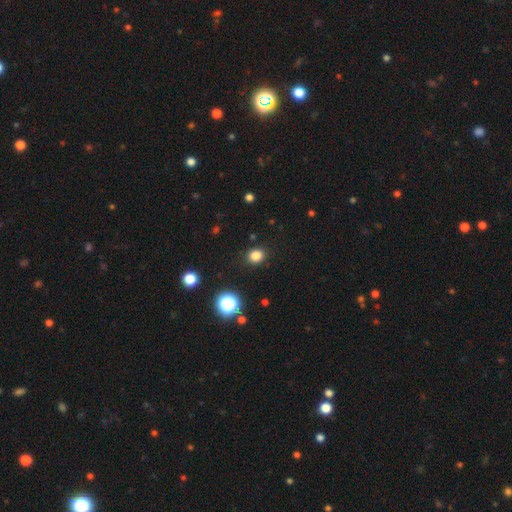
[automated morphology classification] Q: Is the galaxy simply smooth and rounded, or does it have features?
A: smooth — 82%.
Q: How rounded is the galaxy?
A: round — 70%.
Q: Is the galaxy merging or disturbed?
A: none — 89%.